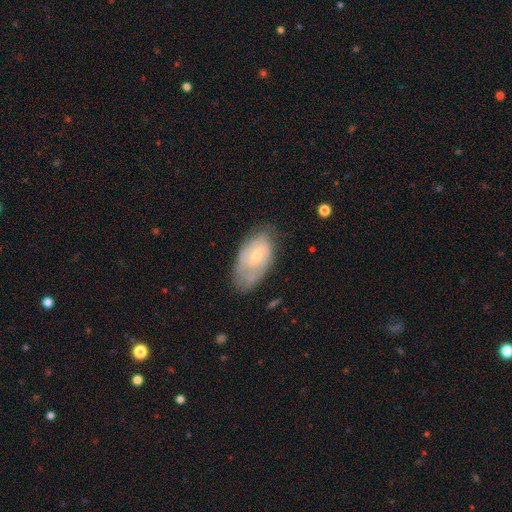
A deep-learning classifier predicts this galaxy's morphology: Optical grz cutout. It shows a featured or disk galaxy (58%) with no bar (75%), spiral arms (68%) and a small central bulge (65%). Merging: none (61%).